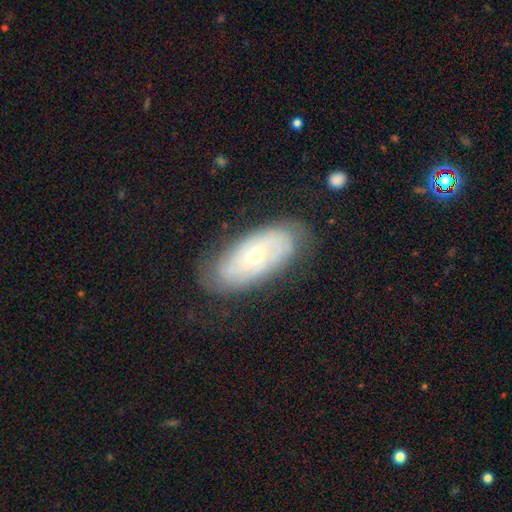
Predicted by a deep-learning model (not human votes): featured or disk 67%, smooth 26%, star or artifact 7%. Down the decision tree: edge-on disk — no (89%); bar — no (80%); spiral arms — yes (74%); bulge size — small (53%); merging — none (76%).